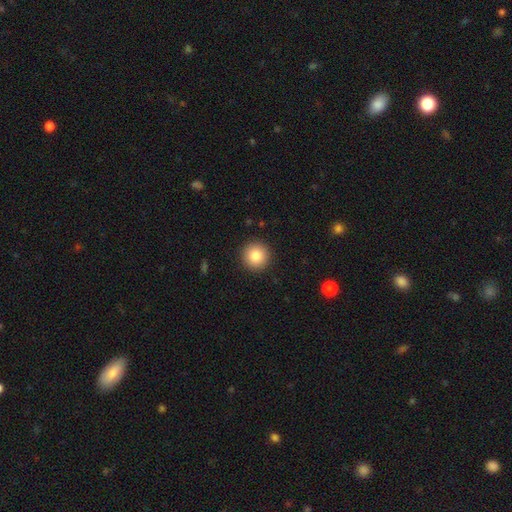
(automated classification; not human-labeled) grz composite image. It shows a smooth galaxy with no disk features (84%) that is round (95%). Merging: none (92%).